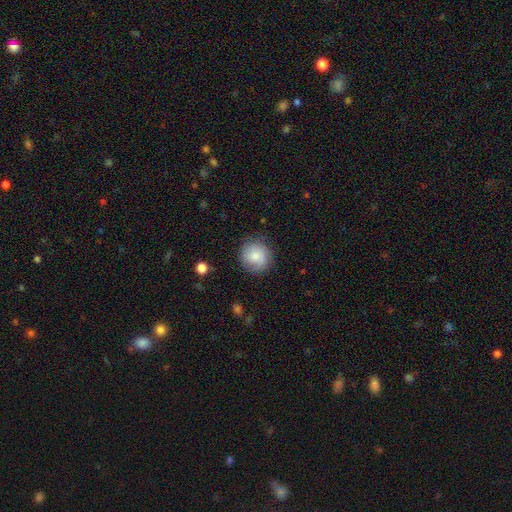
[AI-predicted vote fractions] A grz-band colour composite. It shows a smooth galaxy with no disk features (71%) that is round (91%). Merging: none (80%).